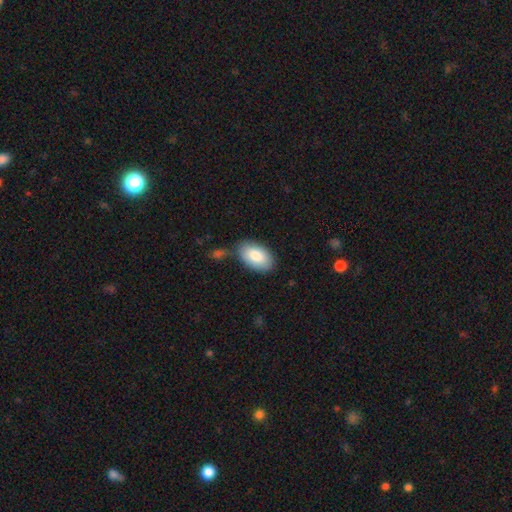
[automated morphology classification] Overall: smooth (83%). How rounded: in between (94%). Merging: none (73%).